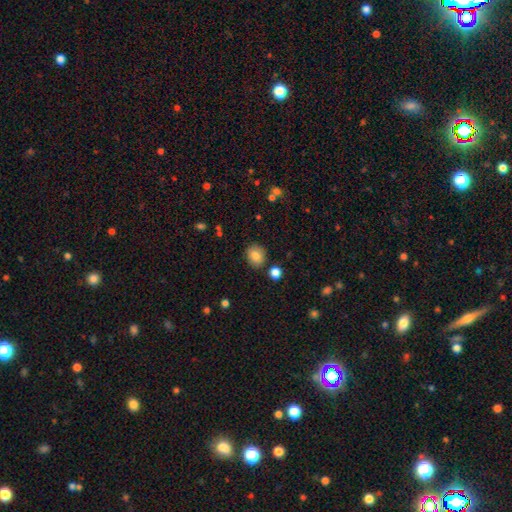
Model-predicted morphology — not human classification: A smooth galaxy with no disk features (85%) that is round (68%).

Vote fractions:
- Smooth or featured? smooth: 85% / star or artifact: 9% / featured or disk: 6%
- How rounded? round: 68% / in between: 31% / cigar-shaped: 1%
- Merging? none: 84% / minor disturbance: 9% / merger: 4% / major disturbance: 3%